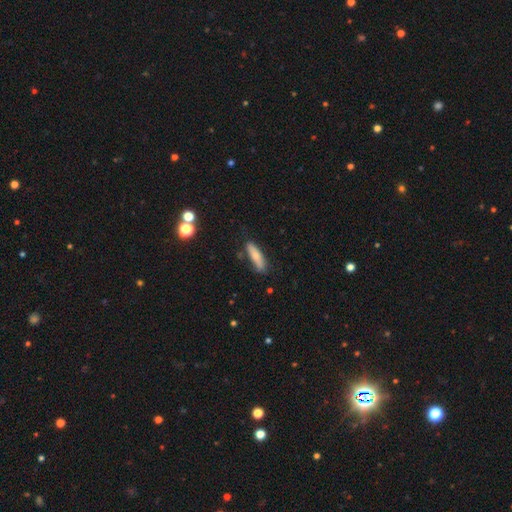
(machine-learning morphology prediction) Q: Smooth or featured?
A: smooth (67%); runner-up: featured or disk (26%)
Q: How rounded?
A: cigar-shaped (68%); runner-up: in between (30%)
Q: Merging?
A: none (76%); runner-up: minor disturbance (17%)